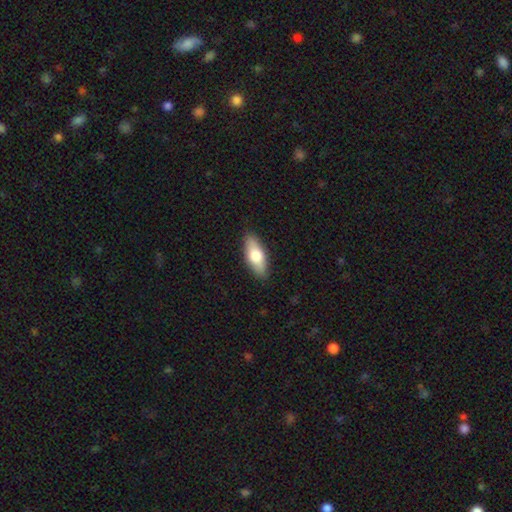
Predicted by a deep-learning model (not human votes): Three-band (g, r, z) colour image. It shows a smooth galaxy with no disk features (70%) that is in between round and cigar-shaped (74%). Merging: none (88%).